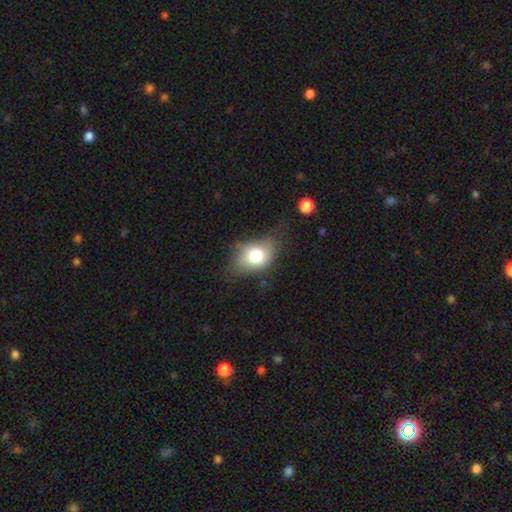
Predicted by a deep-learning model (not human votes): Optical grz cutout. It shows a smooth galaxy with no disk features (75%) that is in between round and cigar-shaped (74%). Merging: none (54%).